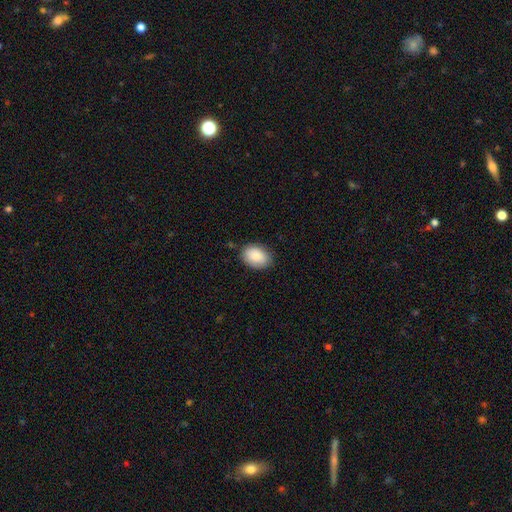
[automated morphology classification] type=smooth (89%); roundness=in between (84%); merging=none (81%).